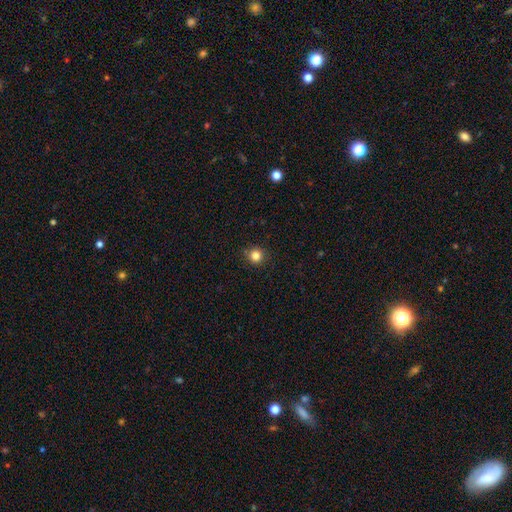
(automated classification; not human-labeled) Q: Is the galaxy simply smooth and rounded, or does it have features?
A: smooth — 84%.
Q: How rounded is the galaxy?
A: round — 94%.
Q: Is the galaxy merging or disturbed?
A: none — 90%.